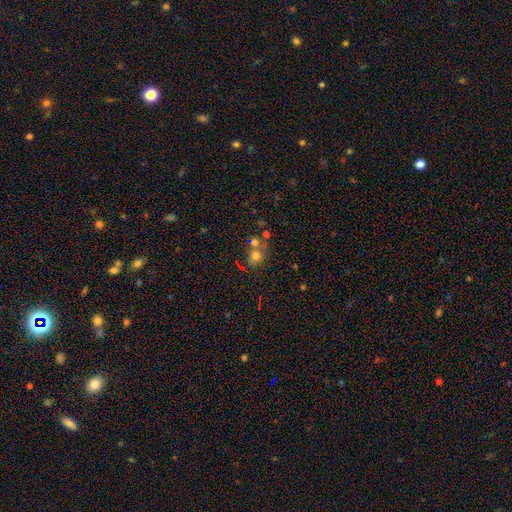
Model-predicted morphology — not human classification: Smooth or featured? Predicted: smooth (p=0.68). How rounded? Predicted: round (p=0.72). Merging? Predicted: none (p=0.54).